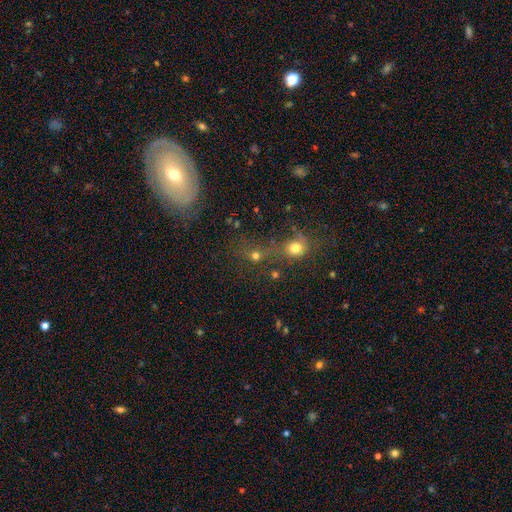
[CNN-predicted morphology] Overall: smooth (60%; star or artifact 28%). How rounded: round (82%). Merging: none (47%; merger 35%).